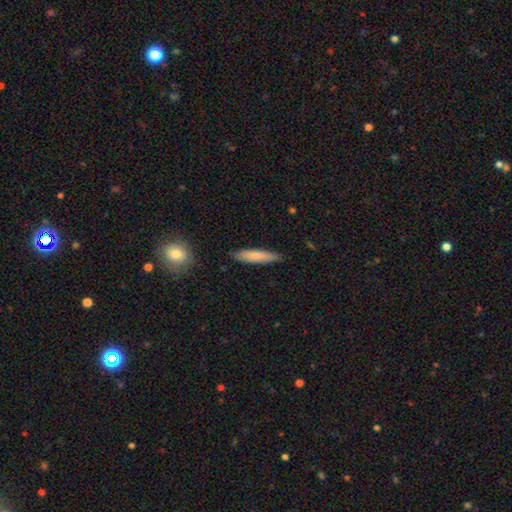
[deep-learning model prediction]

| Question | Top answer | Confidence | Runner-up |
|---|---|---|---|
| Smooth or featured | smooth | 77% | featured or disk (17%) |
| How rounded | cigar-shaped | 84% | in between (14%) |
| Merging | none | 86% | minor disturbance (10%) |